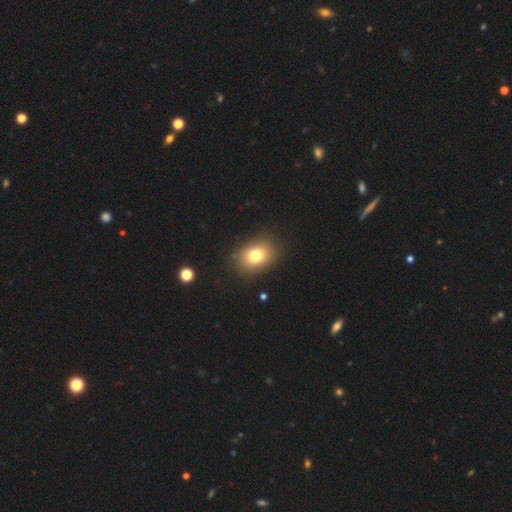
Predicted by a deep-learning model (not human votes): Q: Smooth or featured?
A: smooth (78%); runner-up: featured or disk (11%)
Q: How rounded?
A: in between (66%); runner-up: round (33%)
Q: Merging?
A: none (84%); runner-up: minor disturbance (11%)